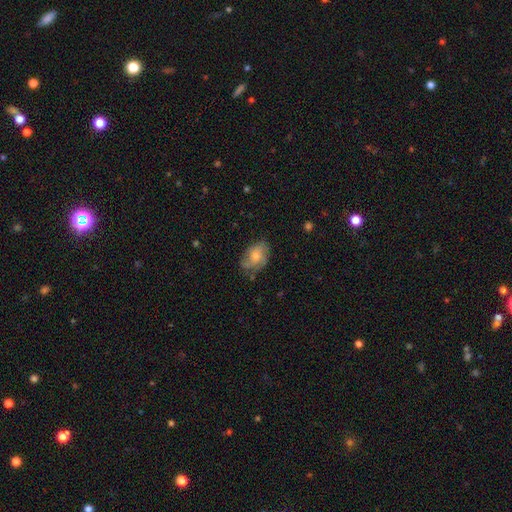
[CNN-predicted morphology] Smooth or featured: smooth — 46% (featured or disk — 44%)
Merging: none — 65% (minor disturbance — 24%)